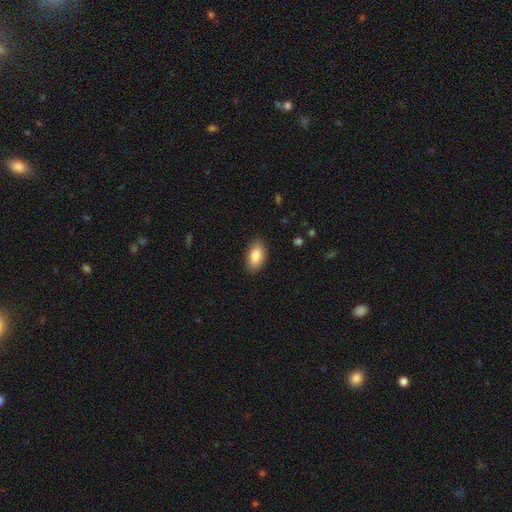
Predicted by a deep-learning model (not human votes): A smooth galaxy with no disk features (85%) that is in between round and cigar-shaped (92%). Merging: none (87%).